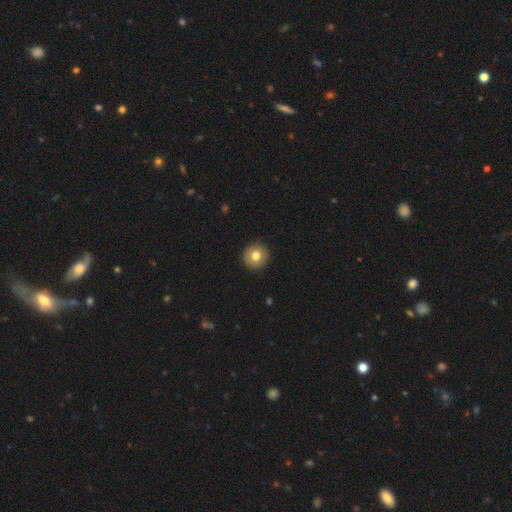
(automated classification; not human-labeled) The model was most divided on "smooth or featured": smooth: 79%, featured or disk: 11%, star or artifact: 9%. More confident: how rounded — round (94%); merging — none (92%).